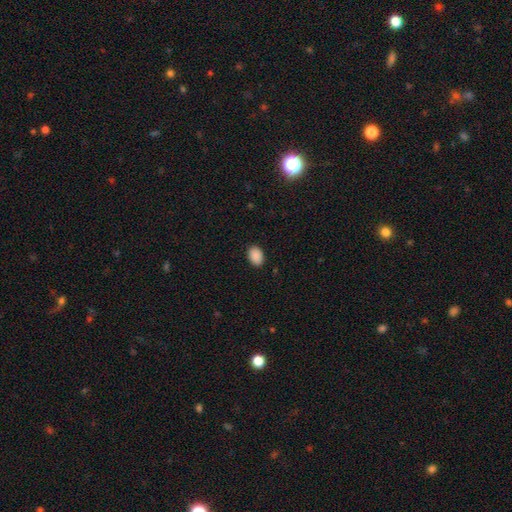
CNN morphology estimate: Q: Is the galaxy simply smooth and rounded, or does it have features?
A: smooth — 90%.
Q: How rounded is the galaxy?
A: in between — 81%.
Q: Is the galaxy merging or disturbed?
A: none — 89%.